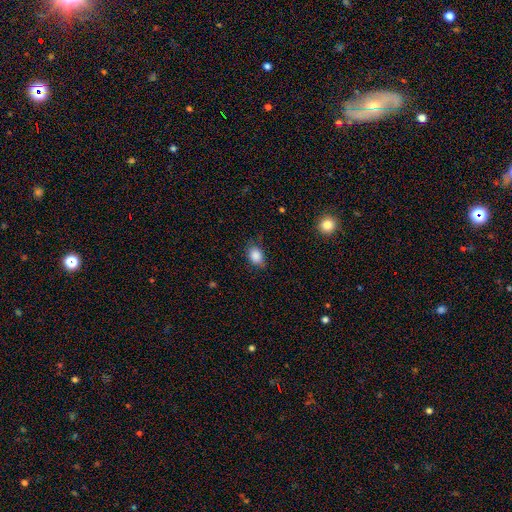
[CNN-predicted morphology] This appears to be a smooth galaxy with no disk features (87%) that is in between round and cigar-shaped (68%). Merging: none (74%).